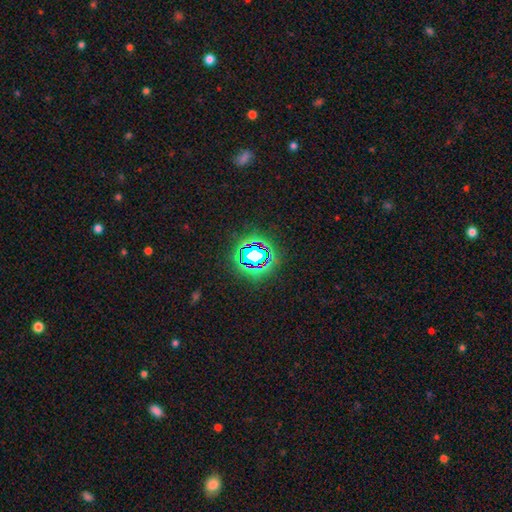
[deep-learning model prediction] Smooth or featured? Predicted: star or artifact (p=0.68).